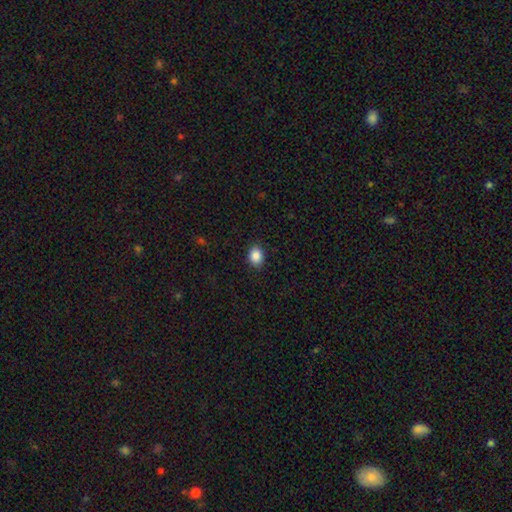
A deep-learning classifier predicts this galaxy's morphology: This appears to be a smooth galaxy with no disk features (87%) that is in between round and cigar-shaped (57%). Merging: none (89%).